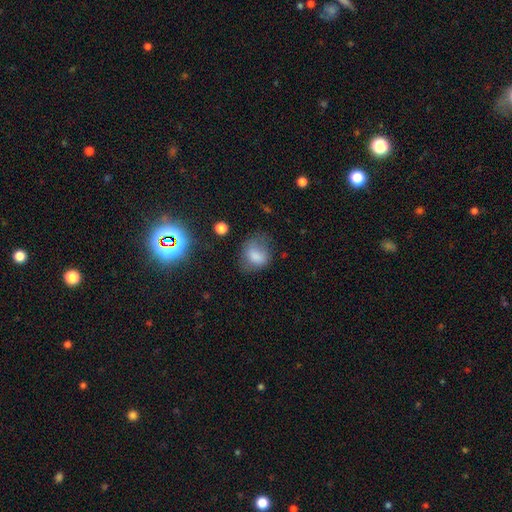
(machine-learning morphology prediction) A smooth galaxy with no disk features (76%) that is in between round and cigar-shaped (53%).

Vote fractions:
- Smooth or featured? smooth: 76% / featured or disk: 13% / star or artifact: 12%
- How rounded? in between: 53% / round: 46% / cigar-shaped: 1%
- Merging? none: 47% / minor disturbance: 31% / major disturbance: 20% / merger: 3%